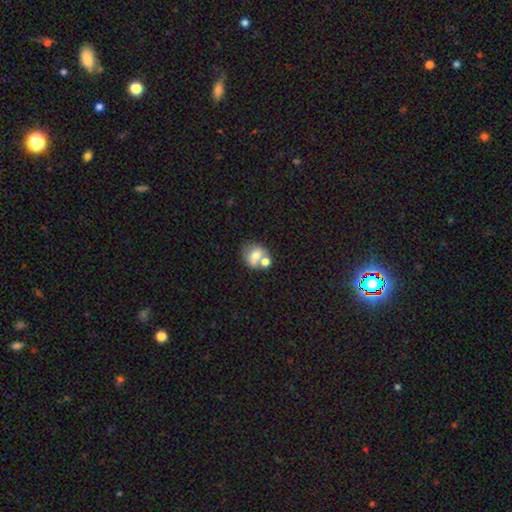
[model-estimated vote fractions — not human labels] This appears to be a smooth galaxy with no disk features (65%) that is round (70%). Merging: merger (42%, tied with none).